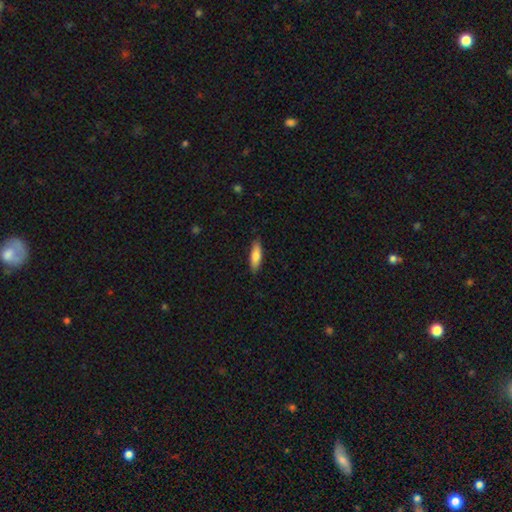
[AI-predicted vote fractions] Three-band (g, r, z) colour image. It shows a smooth galaxy with no disk features (79%) that is cigar-shaped (54%). Merging: none (87%).